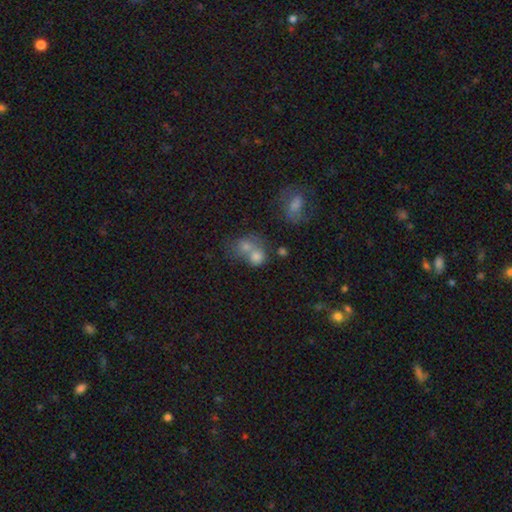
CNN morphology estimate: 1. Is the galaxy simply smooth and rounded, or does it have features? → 72% smooth, 14% featured or disk, 13% star or artifact.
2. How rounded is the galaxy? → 66% round, 33% in between, 1% cigar-shaped.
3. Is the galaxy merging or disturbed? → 59% merger, 29% none, 7% minor disturbance, 5% major disturbance.